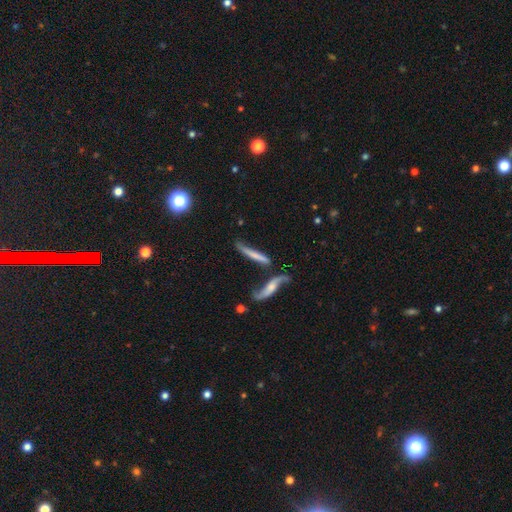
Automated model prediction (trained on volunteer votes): smooth_or_featured: featured or disk (p=0.51) [alt: smooth p=0.42]
disk_edge_on: yes (p=0.67) [alt: no p=0.33]
merging: none (p=0.47) [alt: merger p=0.22]